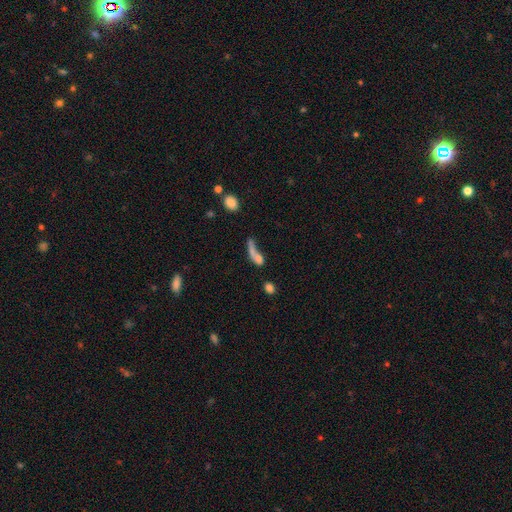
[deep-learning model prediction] Smooth or featured? Predicted: smooth (p=0.59). How rounded? Predicted: in between (p=0.49). Merging? Predicted: merger (p=0.34).